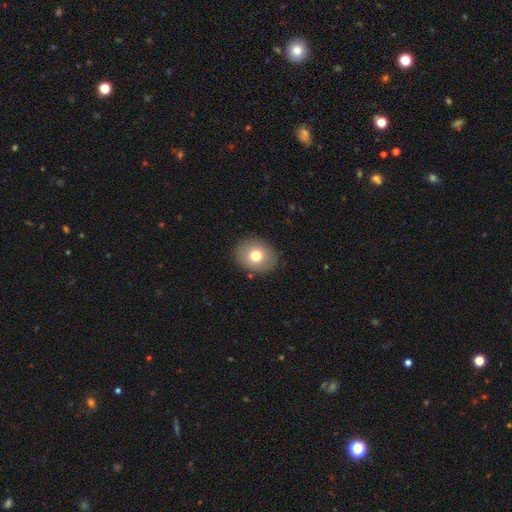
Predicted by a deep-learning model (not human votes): smooth-or-featured: smooth: 76% | featured or disk: 15% | star or artifact: 10%
  how-rounded: round: 55% | in between: 45% | cigar-shaped: 1%
  merging: none: 87% | minor disturbance: 9% | major disturbance: 3% | merger: 1%